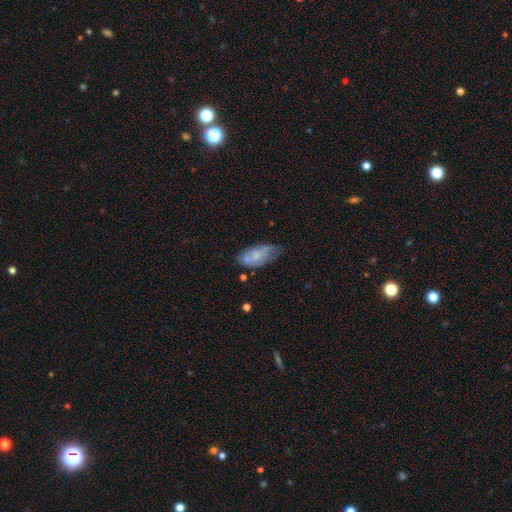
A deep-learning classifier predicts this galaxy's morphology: smooth-or-featured: smooth: 54% | featured or disk: 38% | star or artifact: 8%
  how-rounded: in between: 87% | cigar-shaped: 9% | round: 3%
  merging: none: 40% | minor disturbance: 34% | major disturbance: 16% | merger: 10%